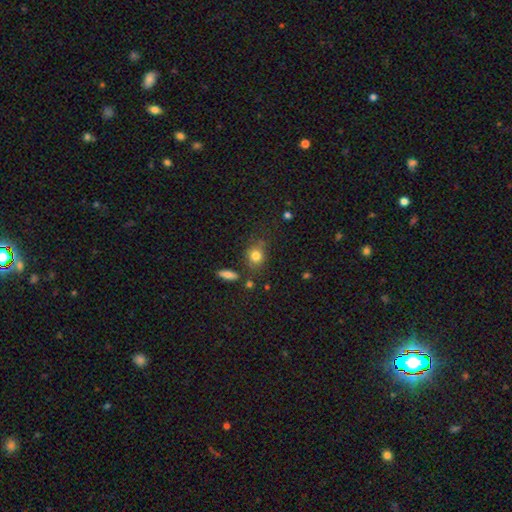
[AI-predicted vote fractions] The model was most divided on "how rounded": round: 64%, in between: 35%, cigar-shaped: 2%. More confident: smooth or featured — smooth (80%); merging — none (70%).